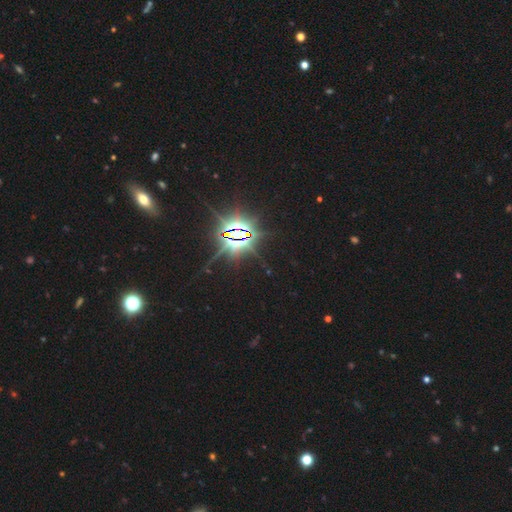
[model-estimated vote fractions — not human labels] Morphology: type=star or artifact (86%).